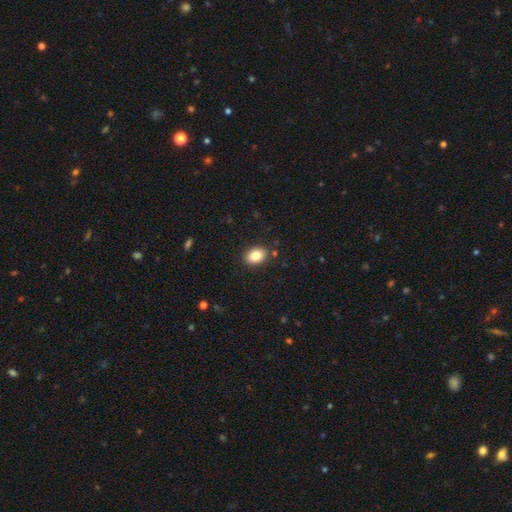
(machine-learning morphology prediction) This appears to be a smooth galaxy with no disk features (84%) that is in between round and cigar-shaped (68%). Merging: none (87%).